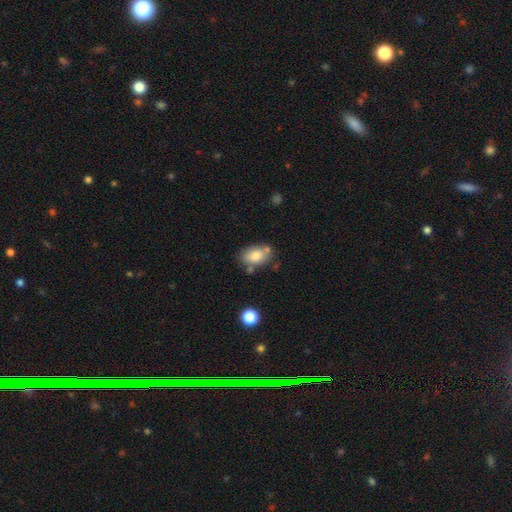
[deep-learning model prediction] Smooth or featured? smooth (80%)
How rounded? in between (88%)
Merging? none (62%)